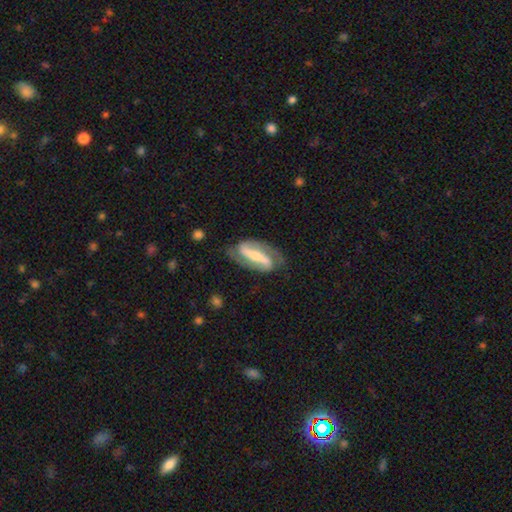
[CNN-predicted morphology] smooth-or-featured: featured or disk: 84% | smooth: 11% | star or artifact: 4%
  disk-edge-on: no: 93% | yes: 7%
    bar: strong: 71% | weak: 17% | no: 11%
    has-spiral-arms: yes: 93% | no: 7%
      spiral-winding: medium: 44% | tight: 32% | loose: 25%
      spiral-arm-count: 2: 91% | can't tell: 3% | 1: 2% | 3: 1% | 4: 1% | more than 4: 1%
    bulge-size: small: 50% | moderate: 38% | large: 6% | none: 4% | dominant: 2%
  merging: none: 77% | minor disturbance: 15% | major disturbance: 6% | merger: 2%